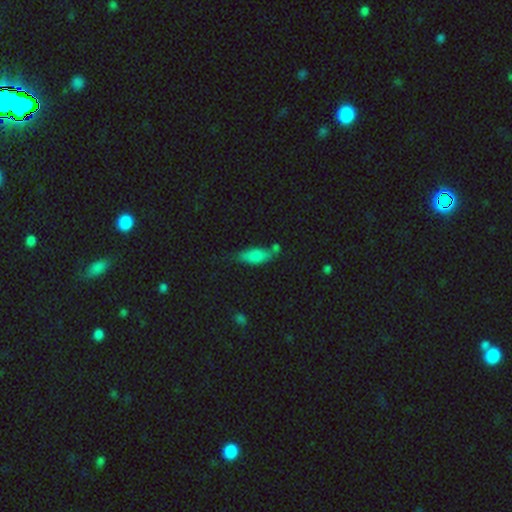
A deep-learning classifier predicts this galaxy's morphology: A smooth galaxy with no disk features (77%) that is in between round and cigar-shaped (73%).

Vote fractions:
- Smooth or featured? smooth: 77% / featured or disk: 13% / star or artifact: 10%
- How rounded? in between: 73% / cigar-shaped: 24% / round: 4%
- Merging? none: 47% / minor disturbance: 28% / merger: 16% / major disturbance: 9%